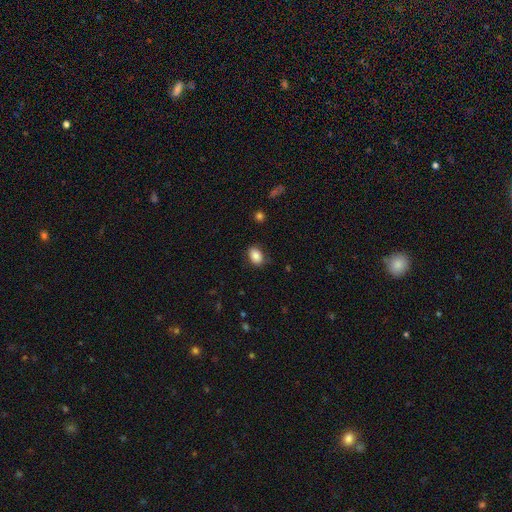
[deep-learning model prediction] This appears to be a smooth galaxy with no disk features (86%) that is in between round and cigar-shaped (78%). Merging: none (82%).